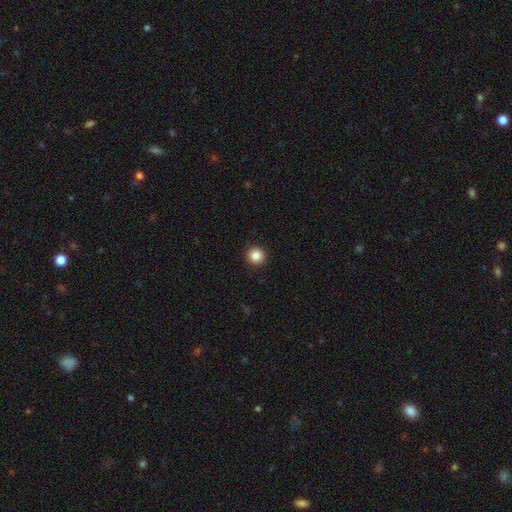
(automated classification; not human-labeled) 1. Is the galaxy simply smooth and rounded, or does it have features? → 85% smooth, 10% star or artifact, 4% featured or disk.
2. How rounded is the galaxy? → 96% round, 3% in between, 1% cigar-shaped.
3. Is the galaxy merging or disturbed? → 94% none, 4% minor disturbance, 1% major disturbance, 1% merger.